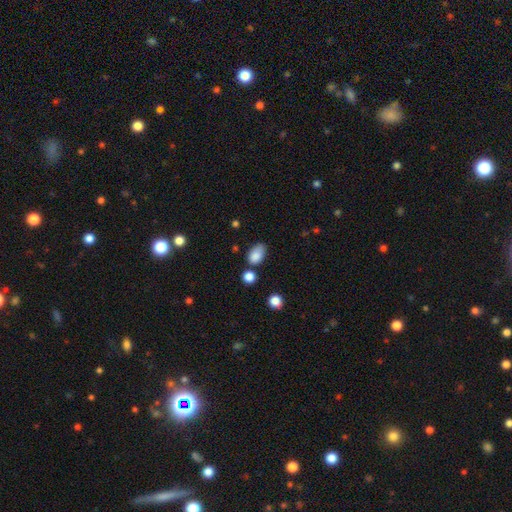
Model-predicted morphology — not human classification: smooth-or-featured: smooth: 85% | star or artifact: 9% | featured or disk: 6%
  how-rounded: in between: 87% | round: 11% | cigar-shaped: 2%
  merging: none: 53% | minor disturbance: 31% | merger: 9% | major disturbance: 8%